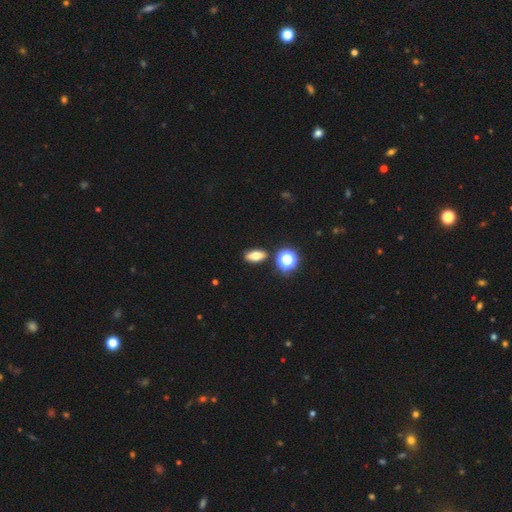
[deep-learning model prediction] smooth_or_featured: smooth (p=0.65) [alt: featured or disk p=0.20]
how_rounded: in between (p=0.72) [alt: cigar-shaped p=0.15]
merging: none (p=0.86) [alt: minor disturbance p=0.08]